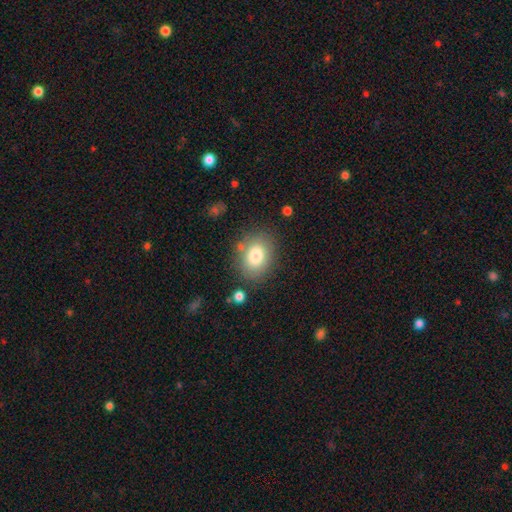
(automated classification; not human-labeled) Smooth or featured? smooth (79%)
How rounded? in between (64%)
Merging? none (77%)